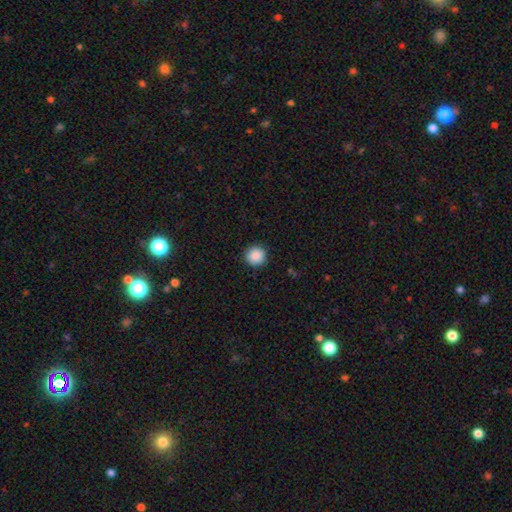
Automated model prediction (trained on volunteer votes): Smooth or featured? smooth (88%)
How rounded? round (95%)
Merging? none (91%)